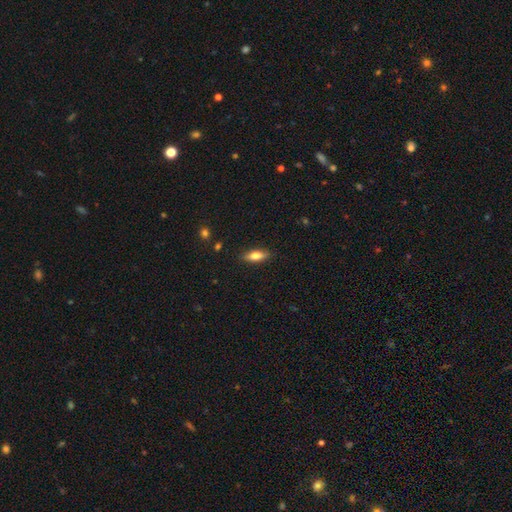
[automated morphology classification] smooth 70%, featured or disk 23%, star or artifact 7%. Down the decision tree: how rounded — in between (64%); merging — none (87%).